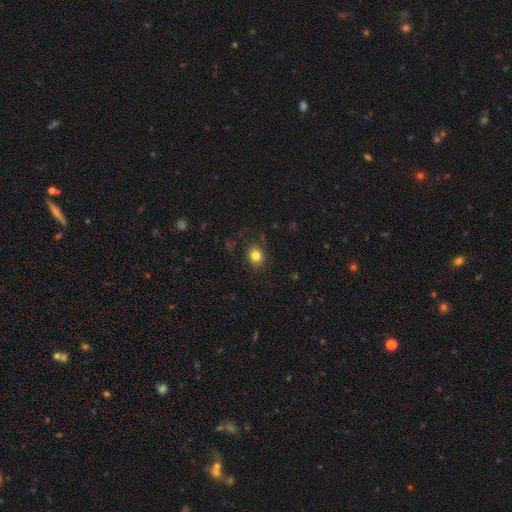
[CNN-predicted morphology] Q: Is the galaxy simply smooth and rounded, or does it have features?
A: smooth — 81%.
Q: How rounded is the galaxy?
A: round — 71%.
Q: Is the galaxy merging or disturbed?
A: none — 85%.